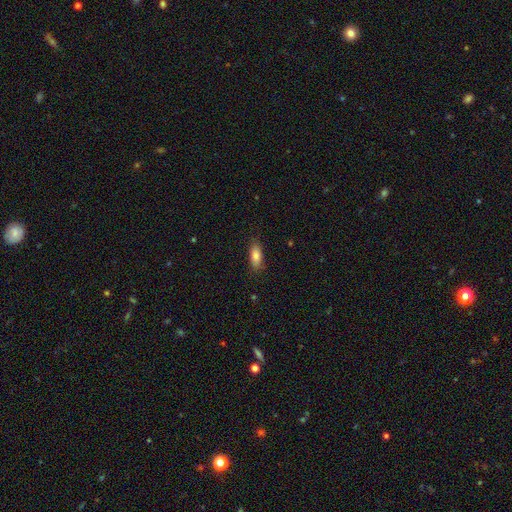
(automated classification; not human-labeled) A smooth galaxy with no disk features (84%) that is in between round and cigar-shaped (79%).

Vote fractions:
- Smooth or featured? smooth: 84% / featured or disk: 9% / star or artifact: 7%
- How rounded? in between: 79% / cigar-shaped: 19% / round: 2%
- Merging? none: 84% / minor disturbance: 12% / major disturbance: 3% / merger: 1%